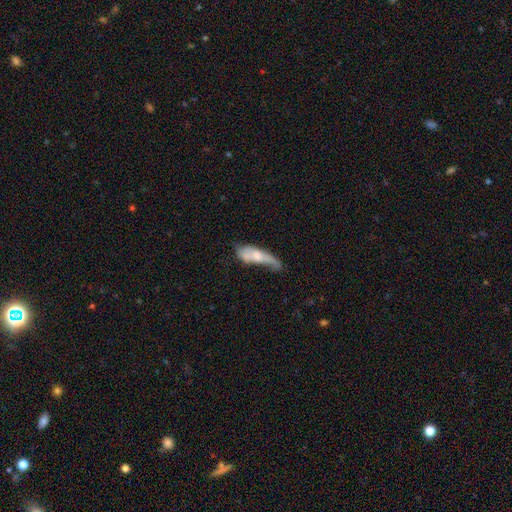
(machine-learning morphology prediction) Smooth or featured? smooth (51%)
How rounded? in between (54%)
Merging? major disturbance (36%)